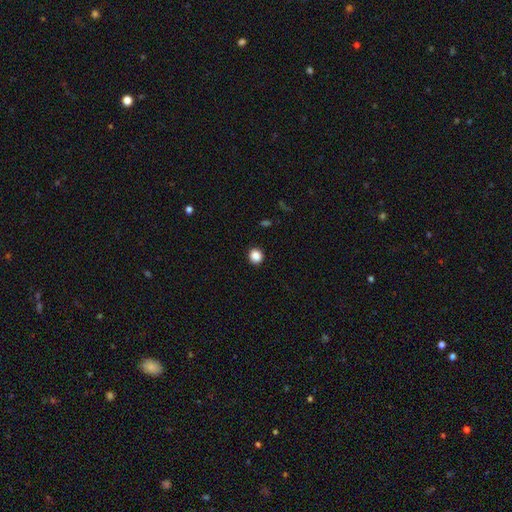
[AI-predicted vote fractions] A smooth galaxy with no disk features (87%) that is round (88%). Merging: none (92%).